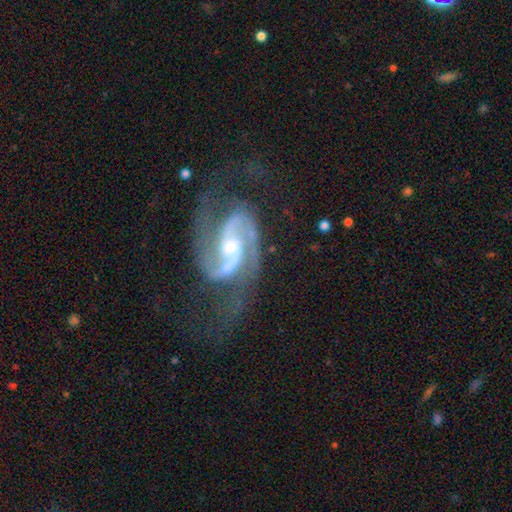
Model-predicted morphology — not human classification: Overall: featured or disk (93%). Edge-on disk: no (98%). Bar: weak (48%; no 29%). Spiral arms: yes (98%). Spiral arm count: 2 (91%). Spiral winding: medium (60%; tight 21%). Bulge size: moderate (49%; small 39%). Merging: none (67%).